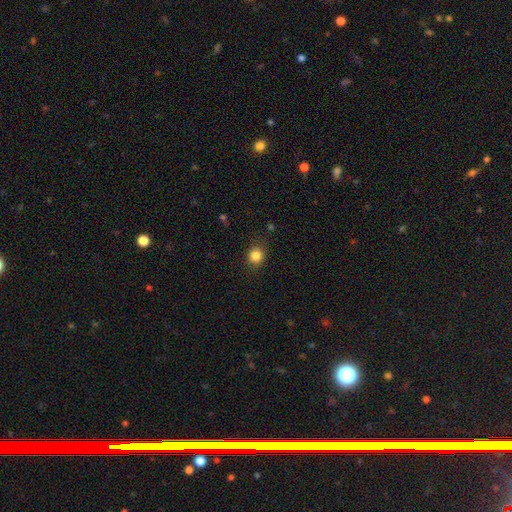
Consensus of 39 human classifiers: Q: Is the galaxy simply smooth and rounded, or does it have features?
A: smooth — 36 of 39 (92%).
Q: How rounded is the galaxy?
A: round — 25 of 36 (69%).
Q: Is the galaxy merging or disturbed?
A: none — 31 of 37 (84%).